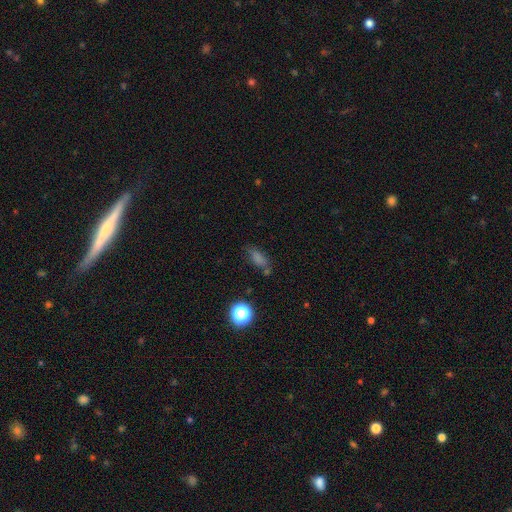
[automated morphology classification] A smooth galaxy with no disk features (62%) that is in between round and cigar-shaped (59%). Merging: none (68%).